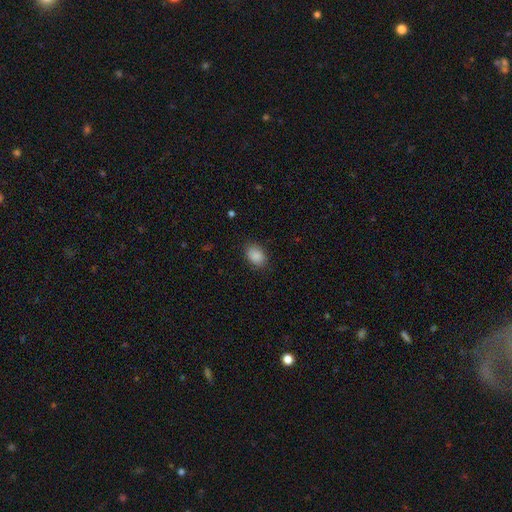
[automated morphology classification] This is clearly a smooth galaxy (89%). How rounded: clearly in between (81%). Merging: clearly none (84%).